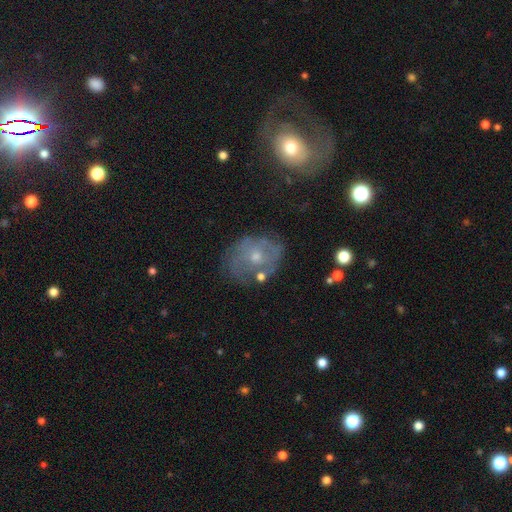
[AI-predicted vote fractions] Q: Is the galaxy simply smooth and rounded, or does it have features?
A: featured or disk — 54%.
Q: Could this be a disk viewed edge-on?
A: no — 96%.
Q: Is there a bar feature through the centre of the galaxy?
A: no — 83%.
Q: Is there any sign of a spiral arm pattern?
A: no — 54%.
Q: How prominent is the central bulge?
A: small — 55%.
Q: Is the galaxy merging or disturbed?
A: none — 58%.